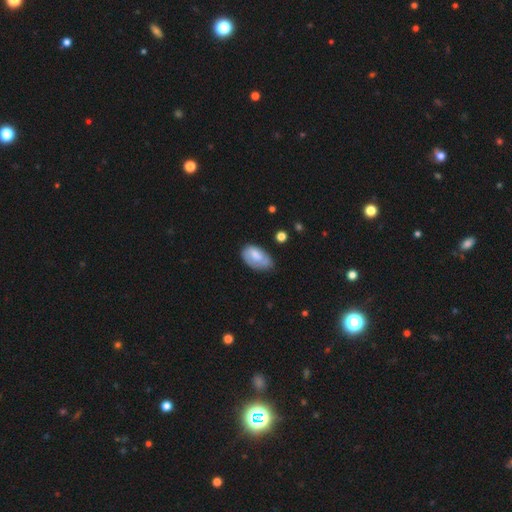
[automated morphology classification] Smooth or featured?
  - smooth: 61% *
  - featured or disk: 32%
  - star or artifact: 7%
How rounded?
  - in between: 92% *
  - round: 6%
  - cigar-shaped: 2%
Merging?
  - none: 50% *
  - minor disturbance: 35%
  - major disturbance: 12%
  - merger: 3%